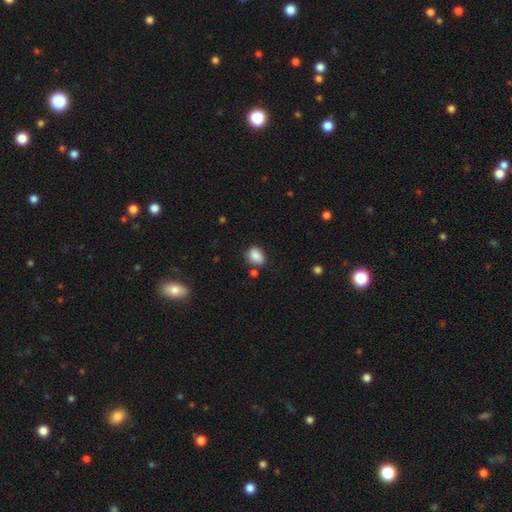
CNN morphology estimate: Smooth or featured: smooth — 86% (star or artifact — 9%)
How rounded: in between — 66% (round — 33%)
Merging: none — 68% (minor disturbance — 20%)